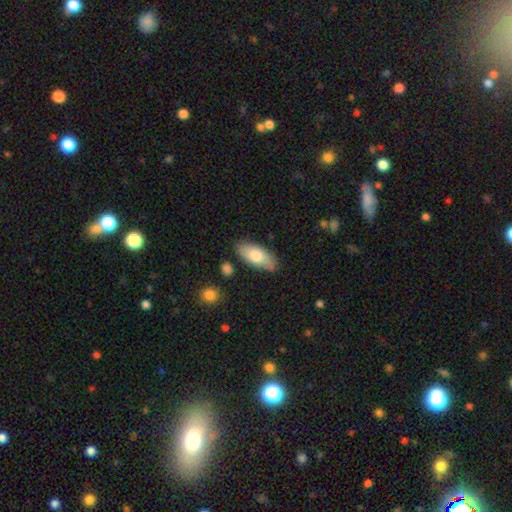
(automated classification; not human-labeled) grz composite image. It shows a smooth galaxy with no disk features (73%) that is in between round and cigar-shaped (86%). Merging: none (80%).